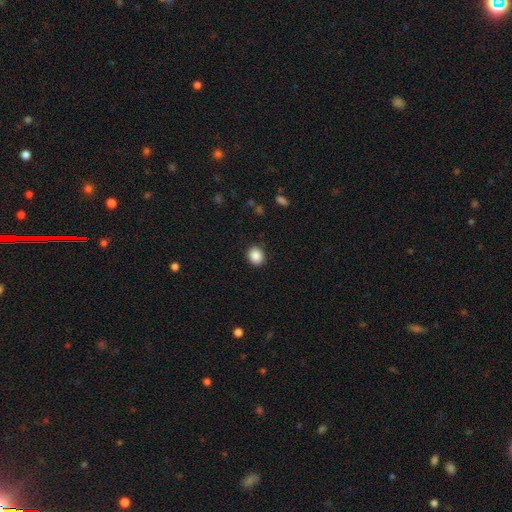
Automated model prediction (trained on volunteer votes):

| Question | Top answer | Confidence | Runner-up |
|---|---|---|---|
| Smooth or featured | smooth | 88% | star or artifact (9%) |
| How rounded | round | 74% | in between (25%) |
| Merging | none | 91% | minor disturbance (6%) |